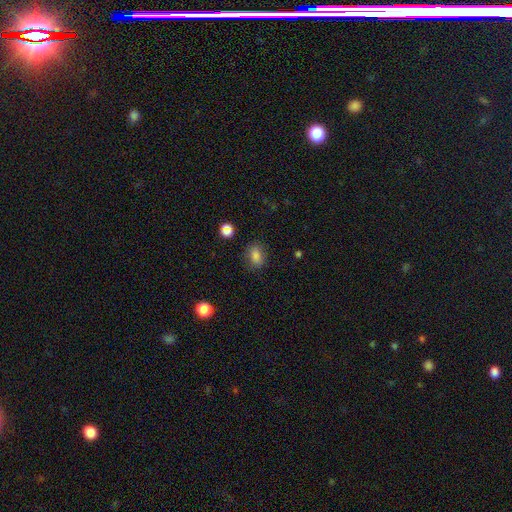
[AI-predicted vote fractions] smooth 83%, star or artifact 11%, featured or disk 6%. Down the decision tree: how rounded — in between (75%); merging — none (83%).